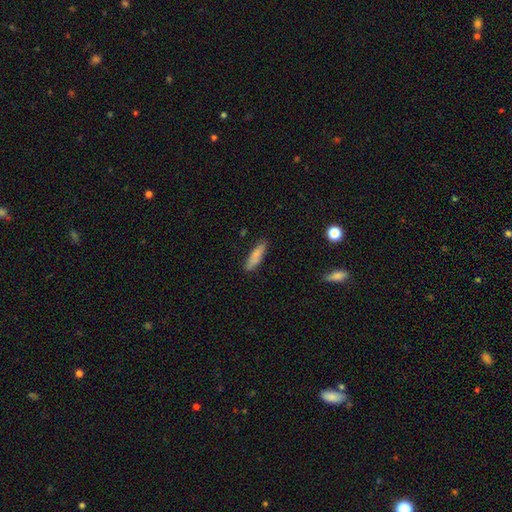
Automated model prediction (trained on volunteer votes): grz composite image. It shows a smooth galaxy with no disk features (81%) that is cigar-shaped (63%). Merging: none (84%).